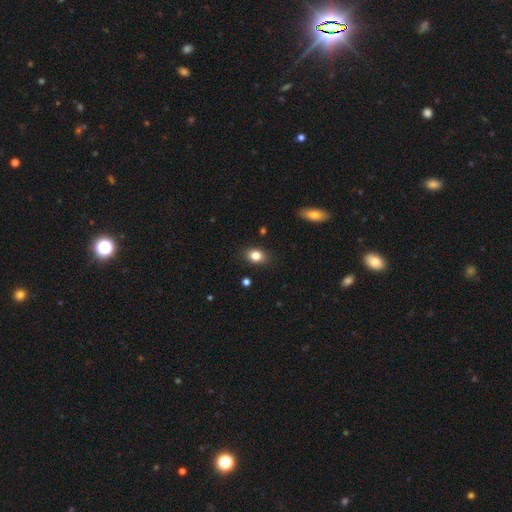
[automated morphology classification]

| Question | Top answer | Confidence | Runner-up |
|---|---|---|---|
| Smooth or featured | smooth | 83% | star or artifact (10%) |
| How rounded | in between | 67% | round (31%) |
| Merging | none | 87% | minor disturbance (10%) |